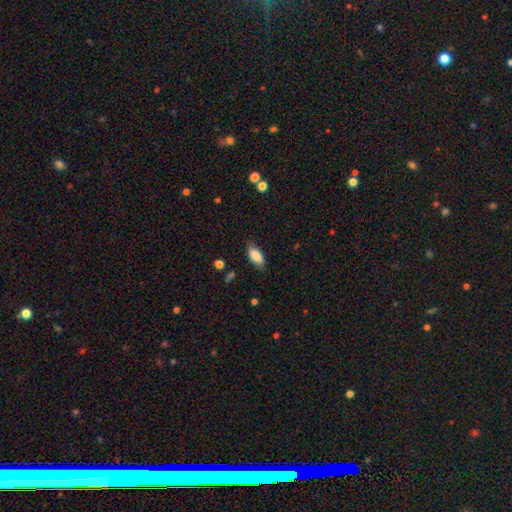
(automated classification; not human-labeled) A smooth galaxy with no disk features (83%) that is in between round and cigar-shaped (87%). Merging: none (78%).